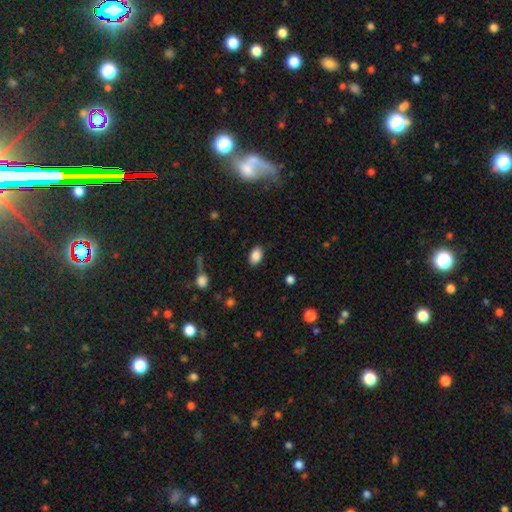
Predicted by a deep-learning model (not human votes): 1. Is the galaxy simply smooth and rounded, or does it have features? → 87% smooth, 8% star or artifact, 5% featured or disk.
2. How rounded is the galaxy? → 87% in between, 12% round, 1% cigar-shaped.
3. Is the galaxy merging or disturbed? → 86% none, 10% minor disturbance, 3% major disturbance, 1% merger.